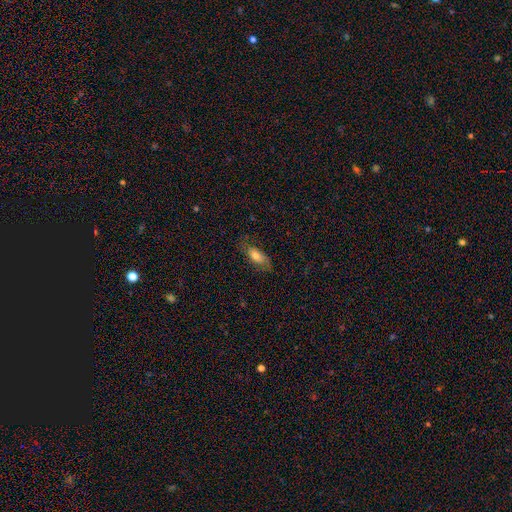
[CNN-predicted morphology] The model was most divided on "smooth or featured": smooth: 63%, featured or disk: 29%, star or artifact: 8%. More confident: how rounded — in between (80%); merging — none (67%).